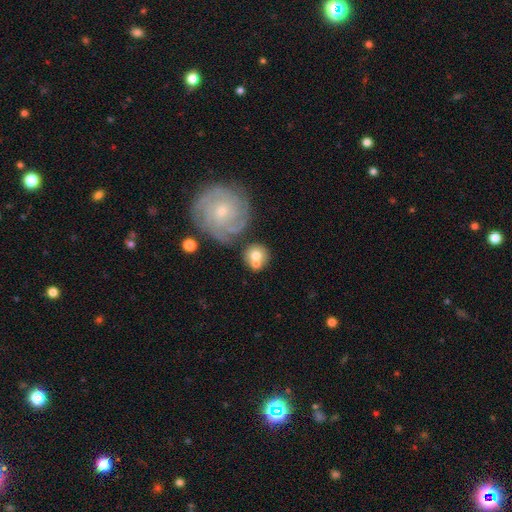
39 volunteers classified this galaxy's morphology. Overall: smooth (54%; featured or disk 41%). How rounded: round (100%). Merging: none (84%).